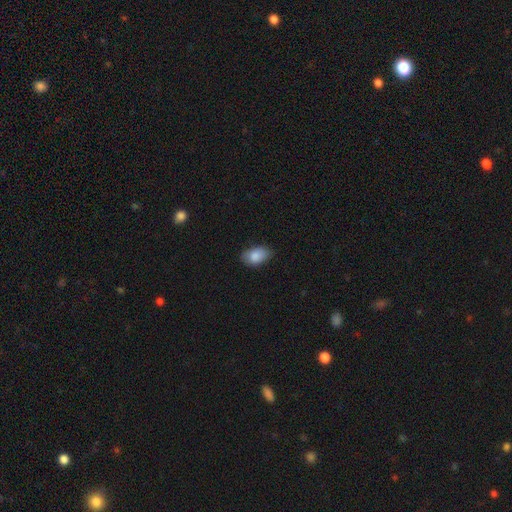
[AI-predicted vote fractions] Smooth or featured?
  - smooth: 85% *
  - featured or disk: 8%
  - star or artifact: 7%
How rounded?
  - in between: 91% *
  - round: 8%
  - cigar-shaped: 2%
Merging?
  - none: 74% *
  - minor disturbance: 22%
  - major disturbance: 3%
  - merger: 1%